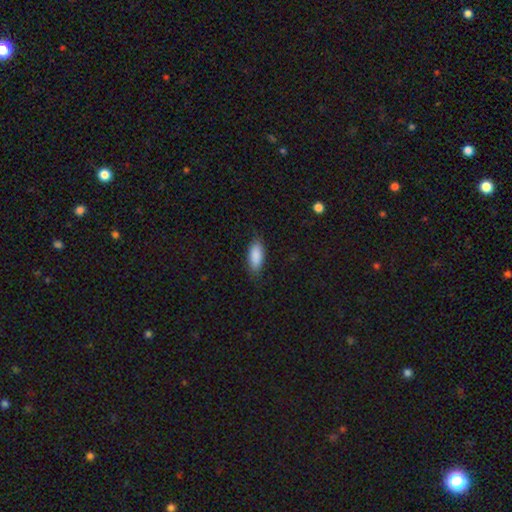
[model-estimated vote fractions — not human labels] Morphology: type=smooth (89%); roundness=in between (83%); merging=none (82%).